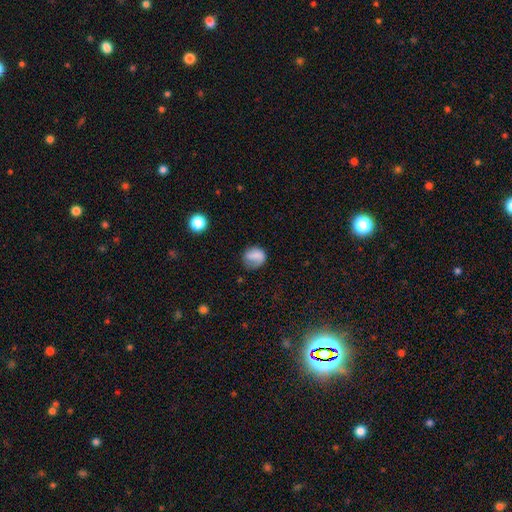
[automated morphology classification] smooth 75%, featured or disk 16%, star or artifact 10%. Down the decision tree: how rounded — round (71%); merging — none (58%).